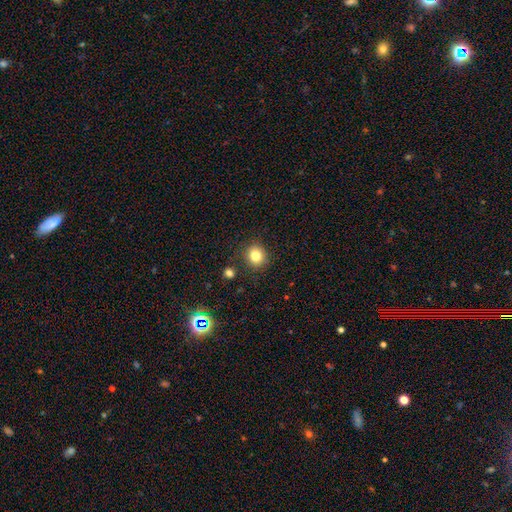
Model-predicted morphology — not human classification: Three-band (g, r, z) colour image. It shows a smooth galaxy with no disk features (80%) that is round (81%). Merging: none (87%).